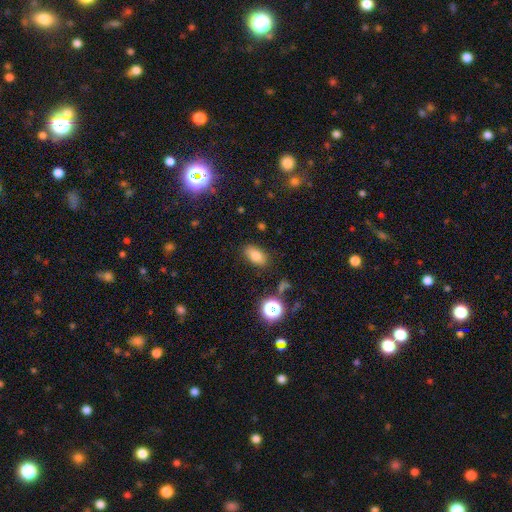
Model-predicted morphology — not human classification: Overall: smooth (78%). How rounded: in between (88%). Merging: none (83%).